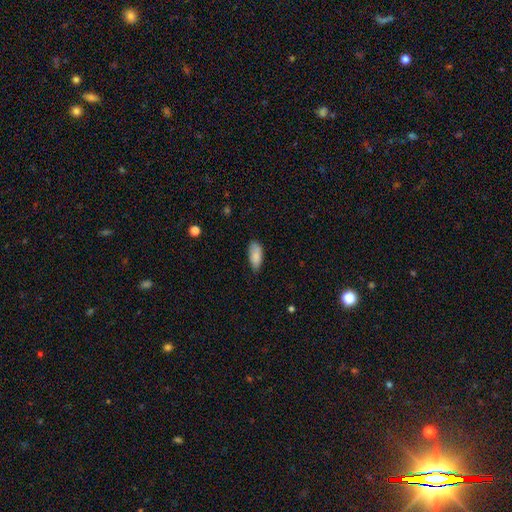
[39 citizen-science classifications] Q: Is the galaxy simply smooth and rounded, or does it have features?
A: smooth — 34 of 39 (87%).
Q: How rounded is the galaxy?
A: in between — 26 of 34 (76%).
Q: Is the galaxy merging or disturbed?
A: none — 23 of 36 (64%).